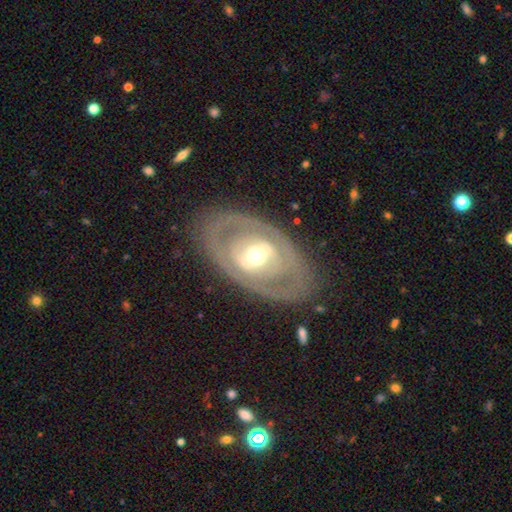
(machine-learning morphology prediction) featured or disk 74%, smooth 21%, star or artifact 5%. Down the decision tree: edge-on disk — no (91%); bar — no (43%); spiral arms — no (67%); bulge size — moderate (66%); merging — none (80%).